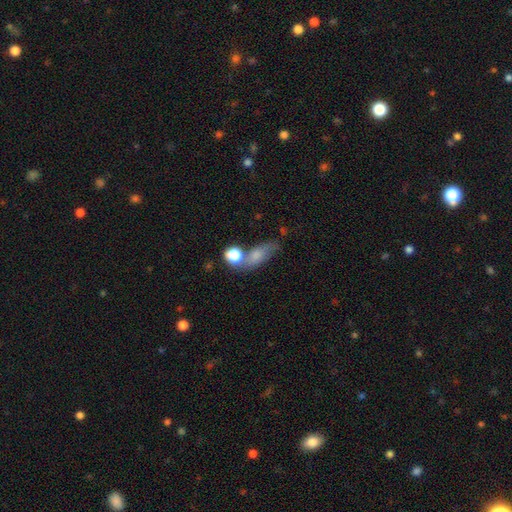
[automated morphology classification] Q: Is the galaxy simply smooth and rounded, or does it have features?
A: smooth — 71%.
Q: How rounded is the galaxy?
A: in between — 58%.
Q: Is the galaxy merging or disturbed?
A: merger — 36%.